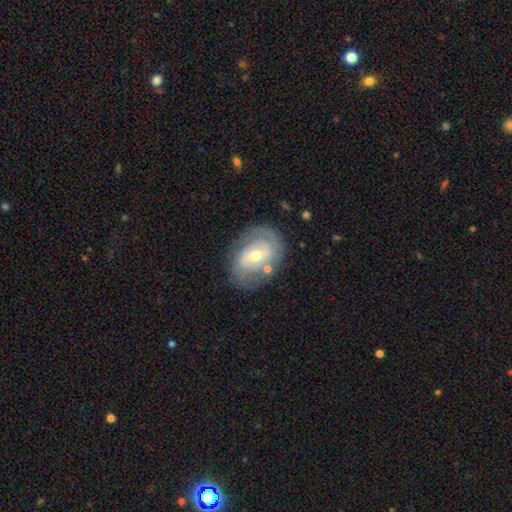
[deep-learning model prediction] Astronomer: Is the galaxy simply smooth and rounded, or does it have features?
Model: featured or disk — 74%.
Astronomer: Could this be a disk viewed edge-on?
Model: no — 96%.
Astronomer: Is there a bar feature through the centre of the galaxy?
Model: weak — 45% (runner-up: no, 38%).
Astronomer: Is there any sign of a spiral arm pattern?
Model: yes — 82%.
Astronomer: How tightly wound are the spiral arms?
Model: tight — 51% (runner-up: medium, 35%).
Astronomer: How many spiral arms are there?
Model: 2 — 60%.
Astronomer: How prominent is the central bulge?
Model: moderate — 56% (runner-up: small, 39%).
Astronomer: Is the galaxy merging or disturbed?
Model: none — 71%.